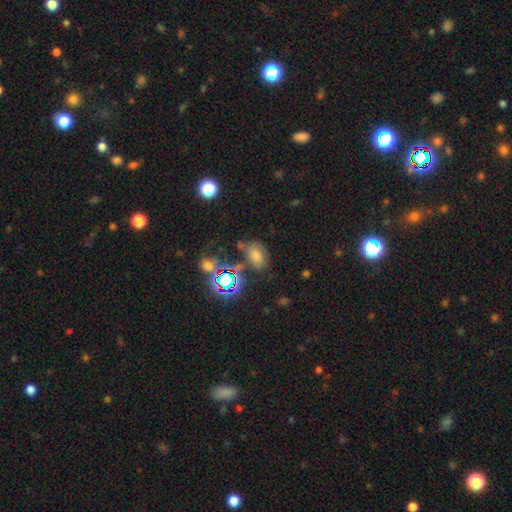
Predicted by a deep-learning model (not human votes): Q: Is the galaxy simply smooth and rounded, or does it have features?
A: smooth — 59%.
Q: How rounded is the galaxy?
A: in between — 80%.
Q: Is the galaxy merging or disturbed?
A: none — 58%.